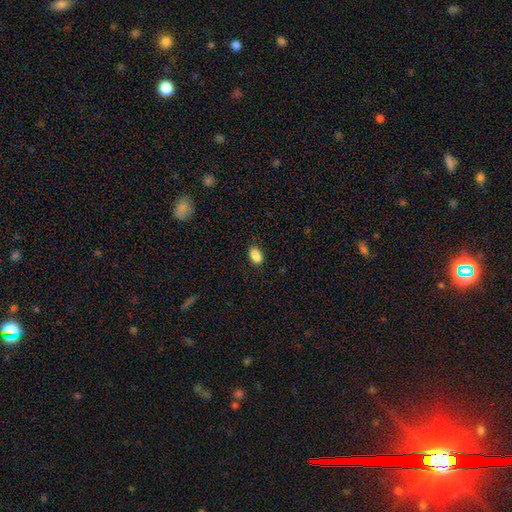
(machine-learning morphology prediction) Smooth or featured? Predicted: smooth (p=0.89). How rounded? Predicted: in between (p=0.89). Merging? Predicted: none (p=0.83).